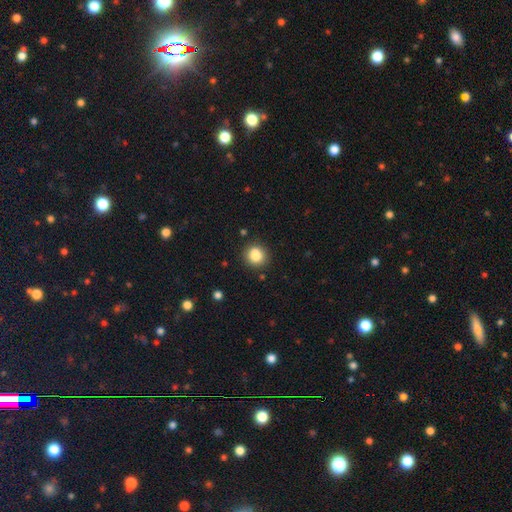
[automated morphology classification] A smooth galaxy with no disk features (85%) that is round (82%).

Vote fractions:
- Smooth or featured? smooth: 85% / star or artifact: 10% / featured or disk: 5%
- How rounded? round: 82% / in between: 17% / cigar-shaped: 1%
- Merging? none: 83% / minor disturbance: 10% / merger: 4% / major disturbance: 3%